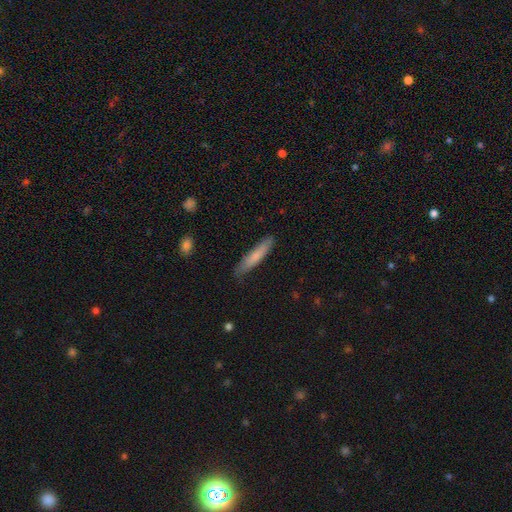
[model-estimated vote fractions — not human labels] Smooth or featured?
  - smooth: 73% *
  - featured or disk: 21%
  - star or artifact: 6%
How rounded?
  - cigar-shaped: 89% *
  - in between: 9%
  - round: 1%
Merging?
  - none: 81% *
  - minor disturbance: 15%
  - major disturbance: 2%
  - merger: 1%